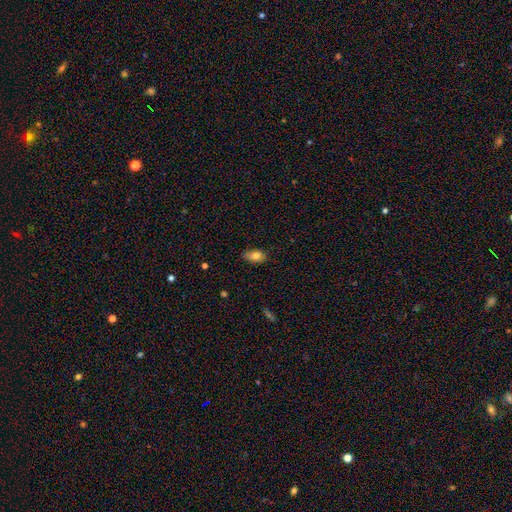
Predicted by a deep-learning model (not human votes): The model was most divided on "merging": none: 72%, minor disturbance: 23%, major disturbance: 4%, merger: 1%. More confident: how rounded — in between (87%); smooth or featured — smooth (80%).